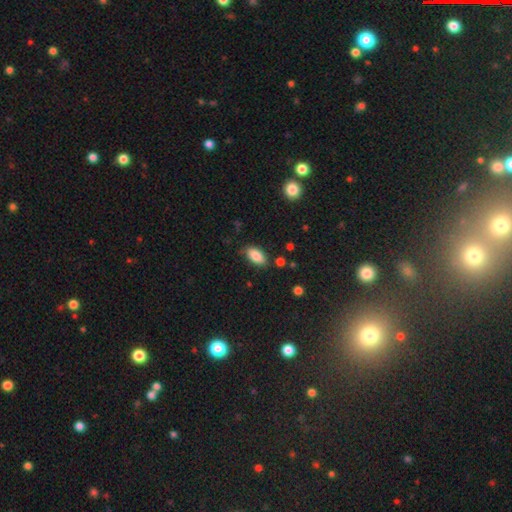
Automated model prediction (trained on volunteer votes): Smooth or featured: smooth — 86% (star or artifact — 7%)
How rounded: in between — 91% (cigar-shaped — 6%)
Merging: none — 79% (minor disturbance — 15%)